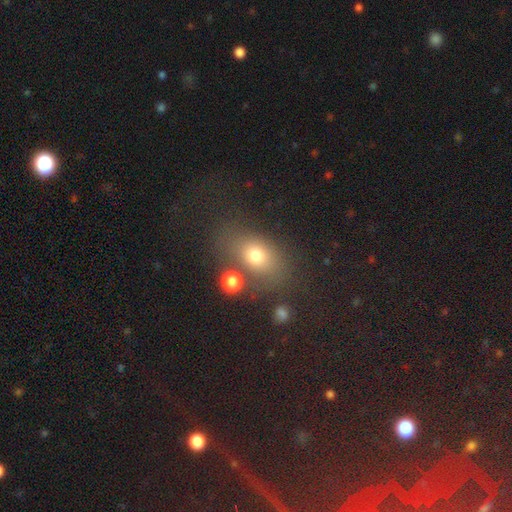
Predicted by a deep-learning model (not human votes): Morphology: type=smooth (72%); roundness=in between (68%); merging=none (68%).